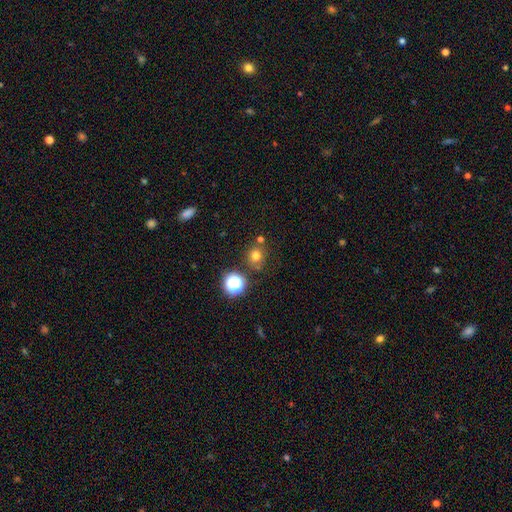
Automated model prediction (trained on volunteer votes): smooth_or_featured: smooth (p=0.72) [alt: star or artifact p=0.20]
how_rounded: round (p=0.85) [alt: in between p=0.14]
merging: none (p=0.76) [alt: minor disturbance p=0.11]